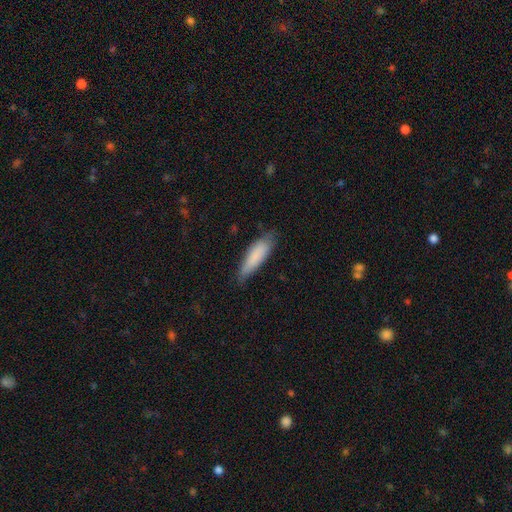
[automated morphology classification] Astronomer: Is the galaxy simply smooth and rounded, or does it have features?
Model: smooth — 84%.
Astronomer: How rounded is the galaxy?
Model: cigar-shaped — 58% (runner-up: in between, 40%).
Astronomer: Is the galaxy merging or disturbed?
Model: none — 73%.